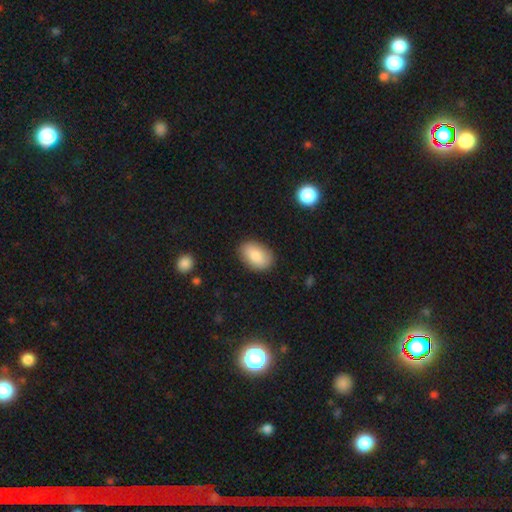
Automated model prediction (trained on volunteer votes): Morphology: type=smooth (85%); roundness=in between (90%); merging=none (86%).